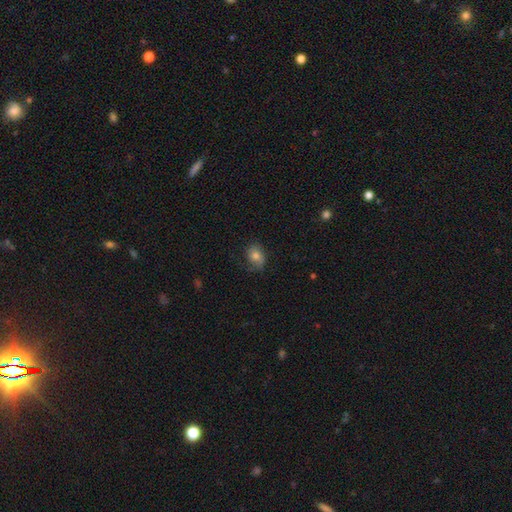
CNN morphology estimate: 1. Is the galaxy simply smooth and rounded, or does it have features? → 70% smooth, 19% featured or disk, 11% star or artifact.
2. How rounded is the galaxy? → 53% in between, 46% round, 1% cigar-shaped.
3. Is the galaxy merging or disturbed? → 65% none, 23% minor disturbance, 10% major disturbance, 1% merger.